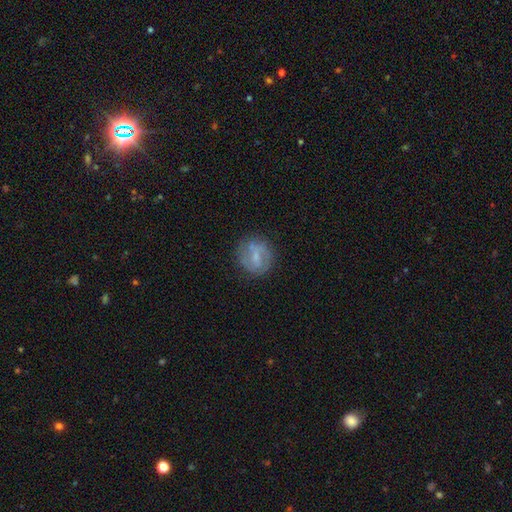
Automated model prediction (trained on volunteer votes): A featured or disk galaxy (50%).

Vote fractions:
- Smooth or featured? featured or disk: 50% / smooth: 42% / star or artifact: 8%
- Merging? none: 73% / minor disturbance: 17% / major disturbance: 7% / merger: 3%